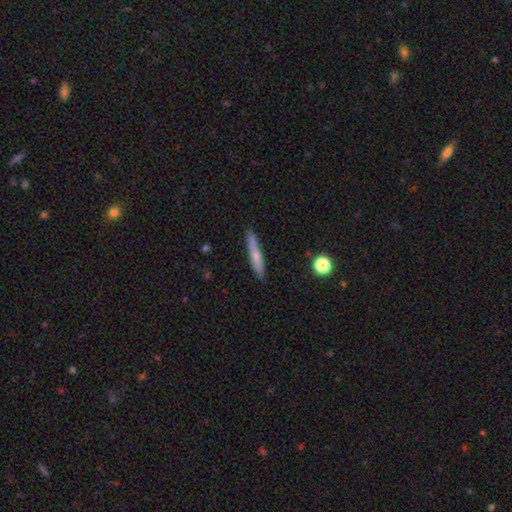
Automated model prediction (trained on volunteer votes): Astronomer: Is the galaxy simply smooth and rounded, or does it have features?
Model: smooth — 61%.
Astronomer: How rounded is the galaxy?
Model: cigar-shaped — 92%.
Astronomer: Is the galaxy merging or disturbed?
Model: none — 85%.